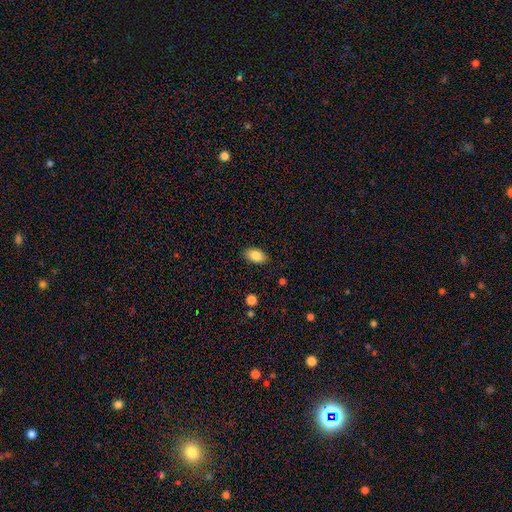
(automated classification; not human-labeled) Smooth or featured? Predicted: smooth (p=0.87). How rounded? Predicted: in between (p=0.91). Merging? Predicted: none (p=0.85).